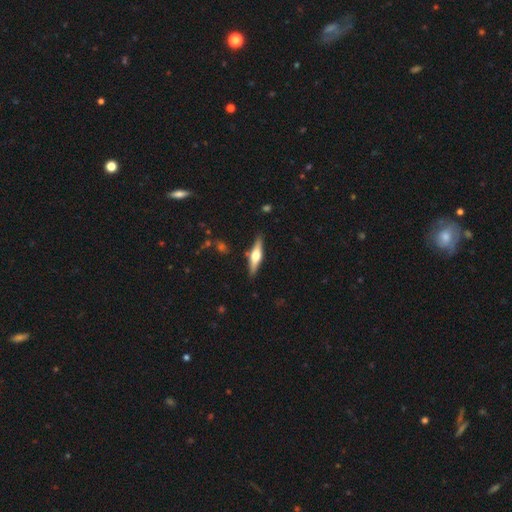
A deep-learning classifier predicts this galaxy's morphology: A featured or disk galaxy (65%) viewed edge-on (96%) with a rounded central bulge (94%).

Vote fractions:
- Smooth or featured? featured or disk: 65% / smooth: 29% / star or artifact: 6%
- Edge-on disk? yes: 96% / no: 4%
- Edge-on bulge? rounded: 94% / boxy: 4% / none: 2%
- Merging? none: 87% / minor disturbance: 9% / merger: 2% / major disturbance: 2%